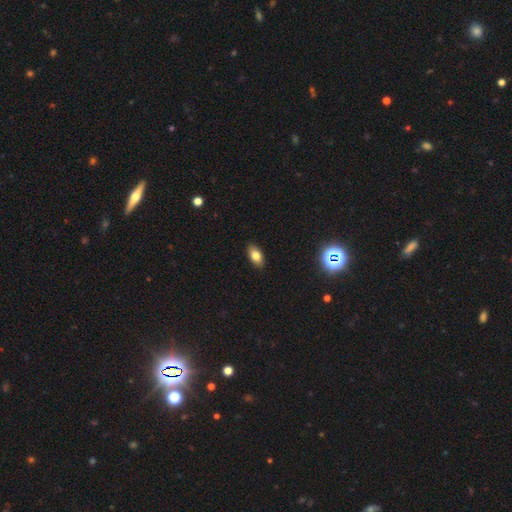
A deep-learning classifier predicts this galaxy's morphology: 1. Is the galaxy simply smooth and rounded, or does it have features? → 77% smooth, 13% featured or disk, 10% star or artifact.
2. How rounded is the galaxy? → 89% in between, 6% cigar-shaped, 5% round.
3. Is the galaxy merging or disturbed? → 88% none, 9% minor disturbance, 2% major disturbance, 1% merger.